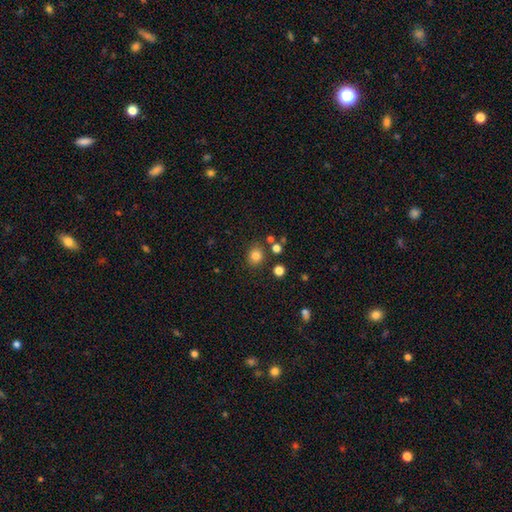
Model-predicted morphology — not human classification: Smooth or featured? Predicted: smooth (p=0.82). How rounded? Predicted: round (p=0.76). Merging? Predicted: none (p=0.82).